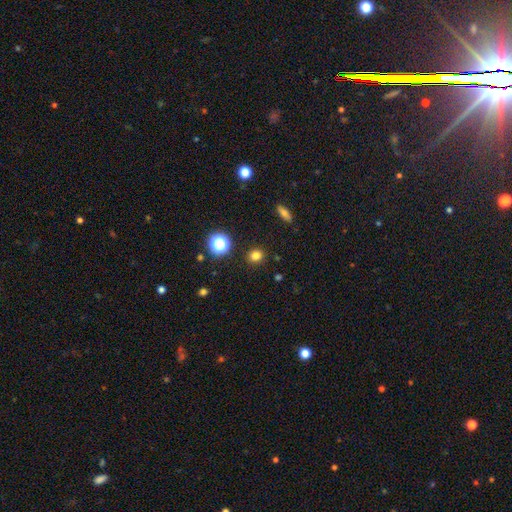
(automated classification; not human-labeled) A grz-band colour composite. It shows a smooth galaxy with no disk features (79%) that is round (84%). Merging: none (90%).